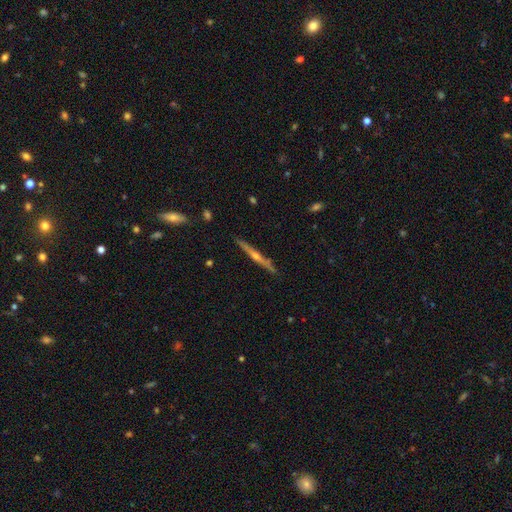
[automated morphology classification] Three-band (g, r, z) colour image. It shows a featured or disk galaxy (78%) viewed edge-on (98%) with a rounded central bulge (86%). Merging: none (90%).